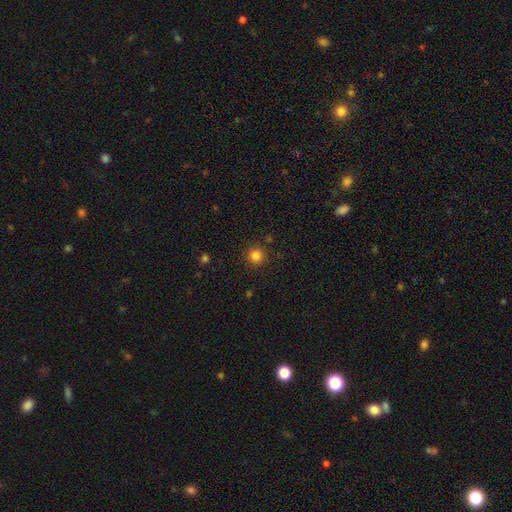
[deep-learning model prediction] smooth-or-featured: smooth: 83% | star or artifact: 13% | featured or disk: 4%
  how-rounded: round: 94% | in between: 5% | cigar-shaped: 1%
  merging: none: 89% | minor disturbance: 7% | major disturbance: 2% | merger: 2%